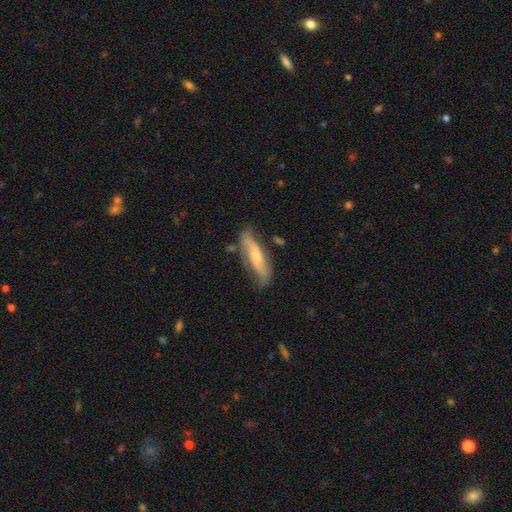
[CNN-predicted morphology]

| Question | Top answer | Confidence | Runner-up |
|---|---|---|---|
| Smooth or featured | featured or disk | 55% | smooth (39%) |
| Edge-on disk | no | 58% | yes (42%) |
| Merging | none | 65% | minor disturbance (24%) |